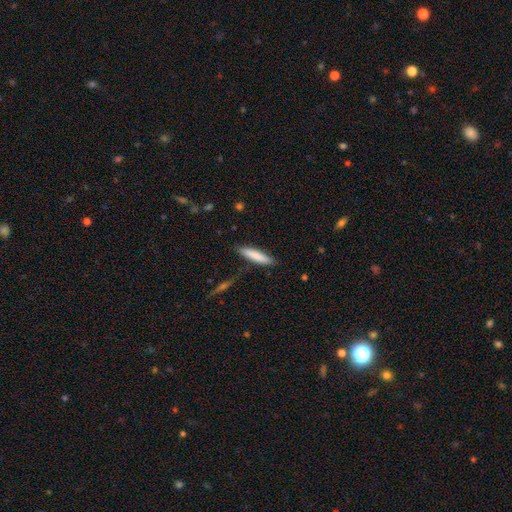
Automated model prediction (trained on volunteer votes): smooth_or_featured: smooth (p=0.82) [alt: featured or disk p=0.12]
how_rounded: cigar-shaped (p=0.83) [alt: in between p=0.16]
merging: none (p=0.84) [alt: minor disturbance p=0.11]